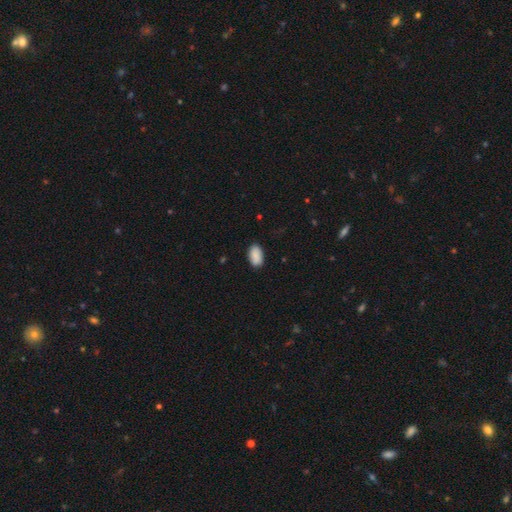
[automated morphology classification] This appears to be a smooth galaxy with no disk features (90%) that is in between round and cigar-shaped (94%). Merging: none (86%).